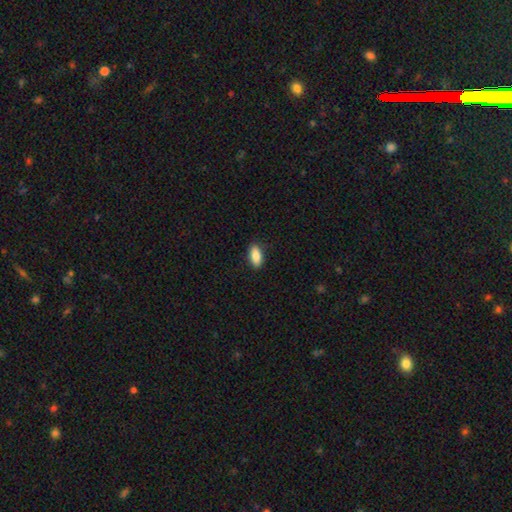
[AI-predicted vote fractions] Smooth or featured?
  - smooth: 87% *
  - star or artifact: 6%
  - featured or disk: 6%
How rounded?
  - in between: 87% *
  - cigar-shaped: 11%
  - round: 3%
Merging?
  - none: 88% *
  - minor disturbance: 9%
  - major disturbance: 2%
  - merger: 1%